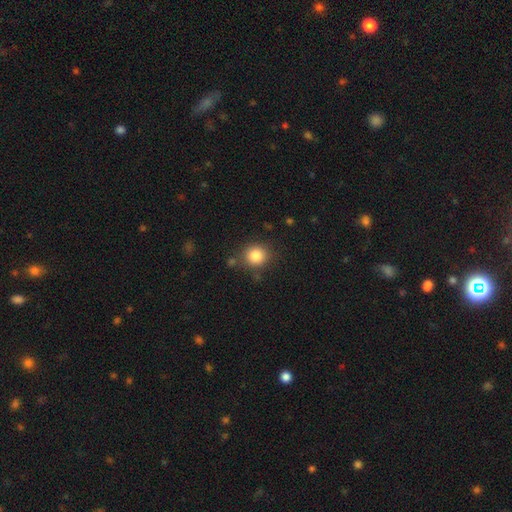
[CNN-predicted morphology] smooth-or-featured: smooth: 83% | star or artifact: 11% | featured or disk: 6%
  how-rounded: round: 86% | in between: 13% | cigar-shaped: 1%
  merging: none: 81% | minor disturbance: 11% | merger: 5% | major disturbance: 4%